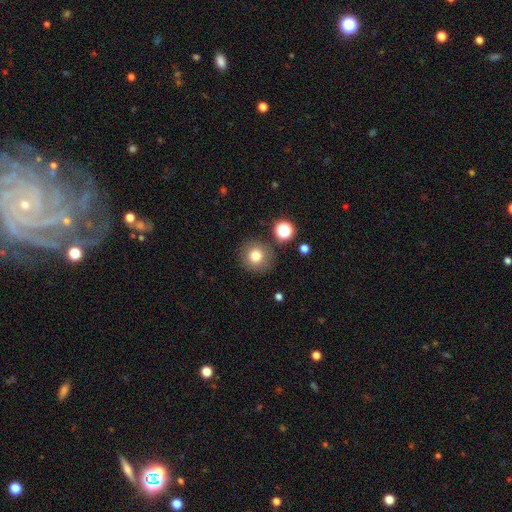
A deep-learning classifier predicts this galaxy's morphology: smooth 78%, star or artifact 12%, featured or disk 9%. Down the decision tree: how rounded — round (91%); merging — none (85%).